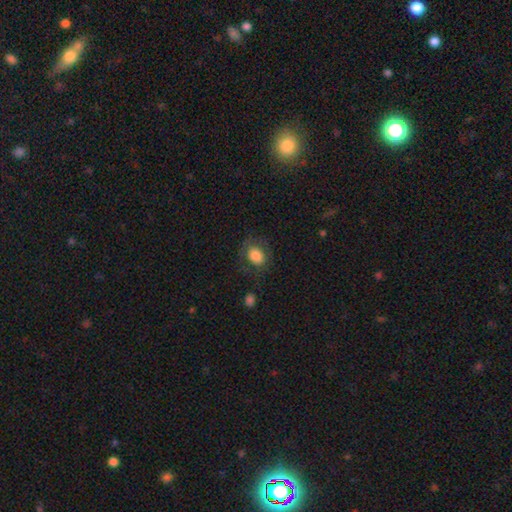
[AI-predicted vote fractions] Q: Smooth or featured?
A: smooth (79%); runner-up: featured or disk (13%)
Q: How rounded?
A: in between (54%); runner-up: round (45%)
Q: Merging?
A: none (68%); runner-up: minor disturbance (19%)